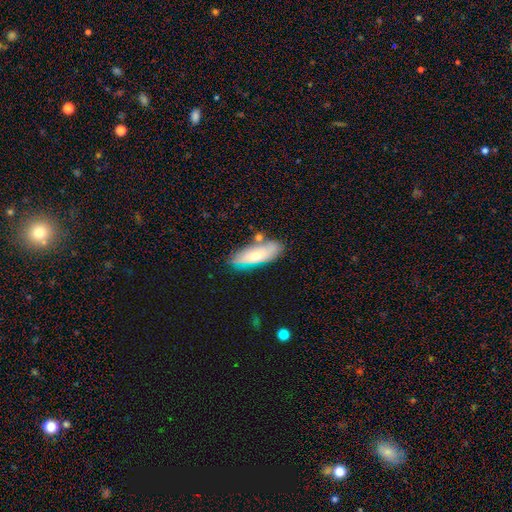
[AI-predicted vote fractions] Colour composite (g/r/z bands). It shows a smooth galaxy with no disk features (60%) that is in between round and cigar-shaped (71%). Merging: none (71%).